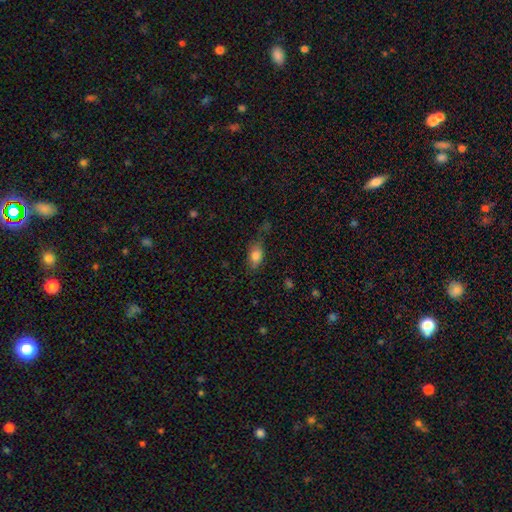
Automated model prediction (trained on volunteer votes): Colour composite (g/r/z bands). It shows a smooth galaxy with no disk features (81%) that is in between round and cigar-shaped (83%). Merging: none (62%).